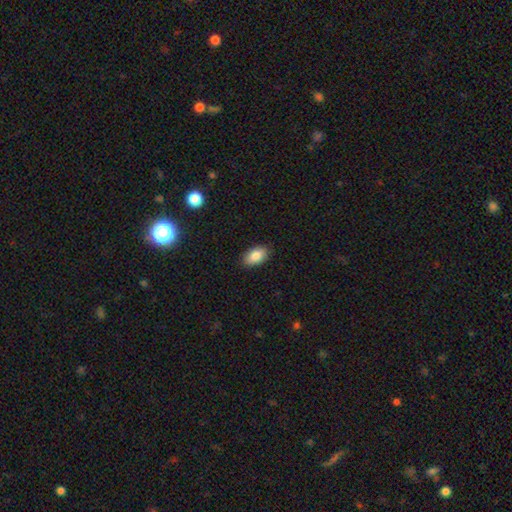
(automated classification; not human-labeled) This appears to be a smooth galaxy with no disk features (86%) that is in between round and cigar-shaped (93%). Merging: none (87%).